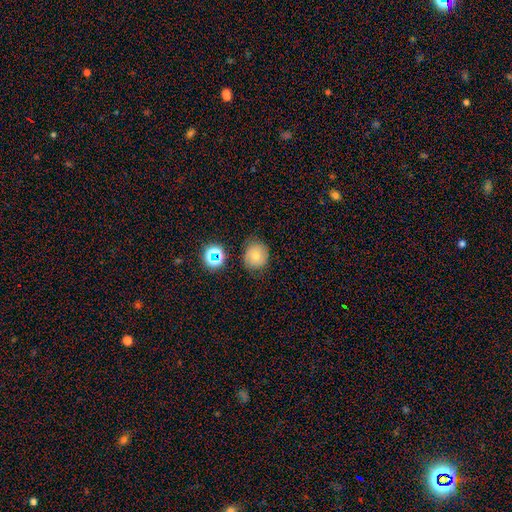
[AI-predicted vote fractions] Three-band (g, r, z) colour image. It shows a smooth galaxy with no disk features (68%) that is round (82%). Merging: none (74%).